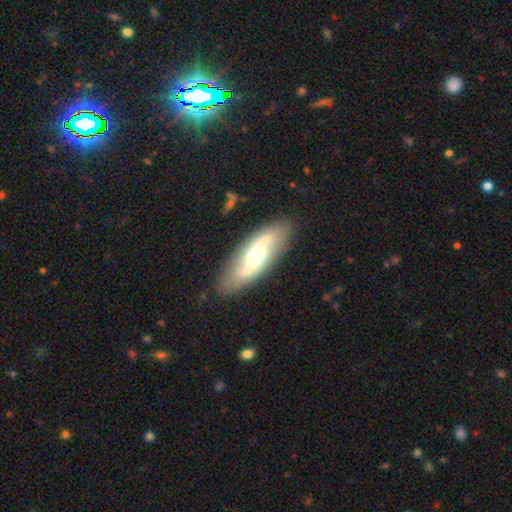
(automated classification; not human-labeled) Morphology: type=featured or disk (61%); edge-on=no (79%); merging=none (83%).